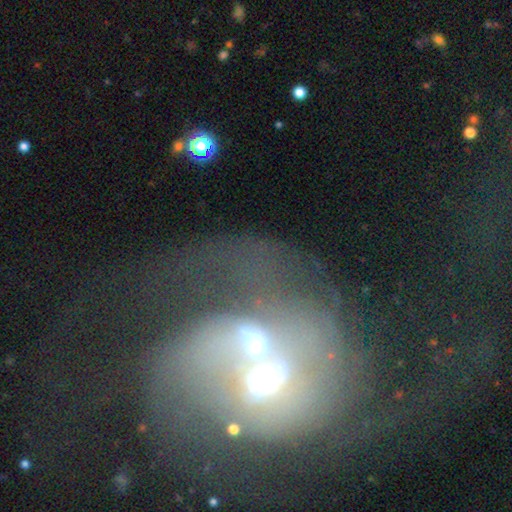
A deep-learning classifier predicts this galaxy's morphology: This is possibly a featured or disk galaxy (56%). It is clearly not viewed edge-on (96%). Bar: likely no (71%). Spiral arm pattern: possibly yes (53%). Central bulge: possibly moderate (59%). Merging: possibly merger (55%).